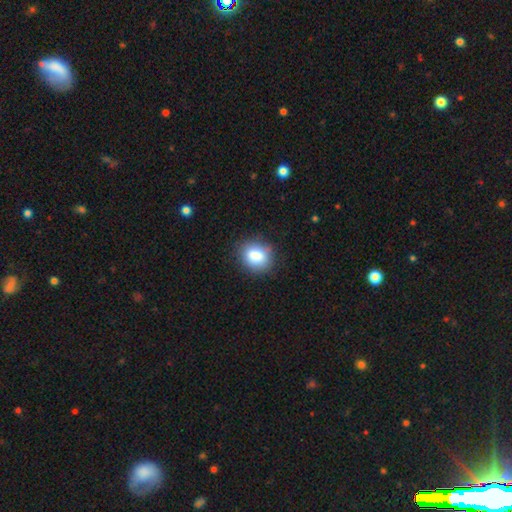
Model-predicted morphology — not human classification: This appears to be a smooth galaxy with no disk features (83%) that is round (52%). Merging: none (80%).